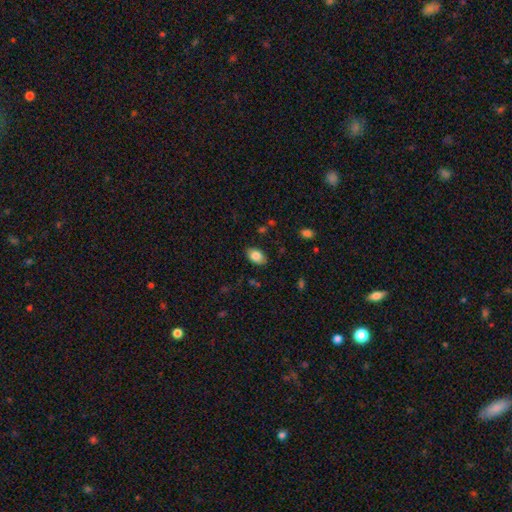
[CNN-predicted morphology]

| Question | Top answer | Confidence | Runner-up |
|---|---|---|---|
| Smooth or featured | smooth | 85% | star or artifact (8%) |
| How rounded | in between | 89% | round (10%) |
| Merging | none | 85% | minor disturbance (11%) |